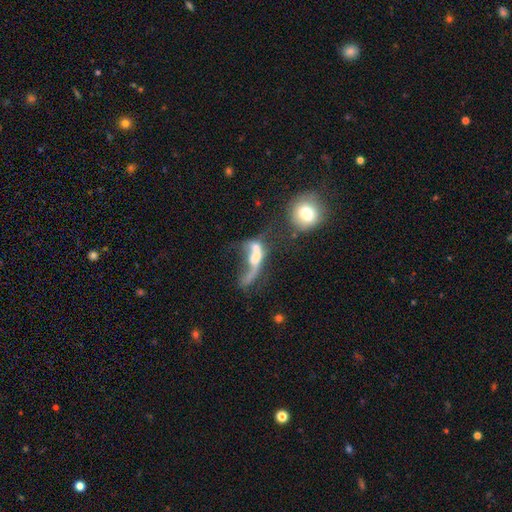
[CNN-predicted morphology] Smooth or featured?
  - featured or disk: 51% *
  - smooth: 37%
  - star or artifact: 12%
Edge-on disk?
  - no: 79% *
  - yes: 21%
Merging?
  - merger: 47% *
  - major disturbance: 32%
  - none: 13%
  - minor disturbance: 8%